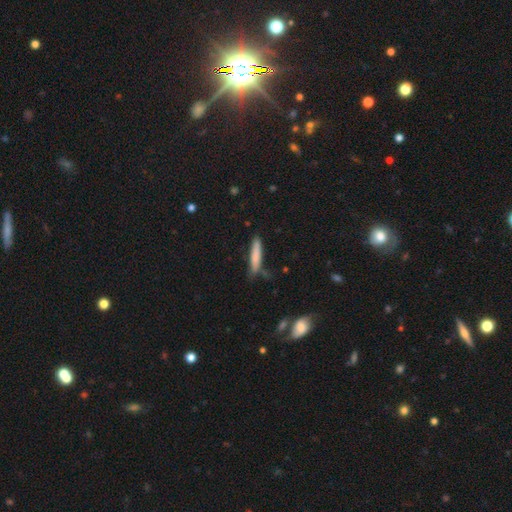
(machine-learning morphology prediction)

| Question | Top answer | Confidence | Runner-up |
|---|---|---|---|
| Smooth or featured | smooth | 79% | featured or disk (15%) |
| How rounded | cigar-shaped | 86% | in between (12%) |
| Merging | none | 73% | minor disturbance (20%) |